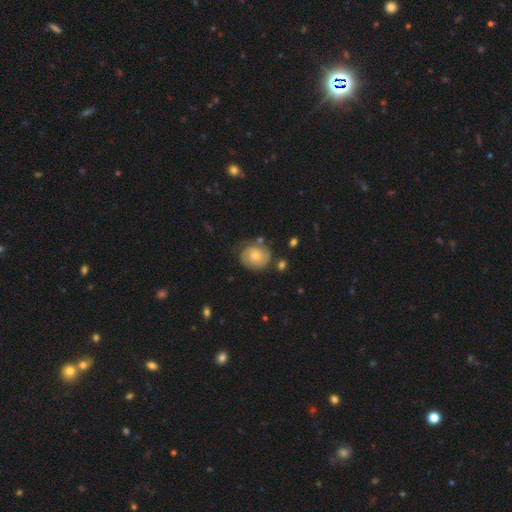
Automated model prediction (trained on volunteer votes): Smooth or featured?
  - smooth: 52% *
  - featured or disk: 41%
  - star or artifact: 7%
How rounded?
  - round: 75% *
  - in between: 24%
  - cigar-shaped: 1%
Merging?
  - none: 66% *
  - minor disturbance: 22%
  - major disturbance: 8%
  - merger: 5%